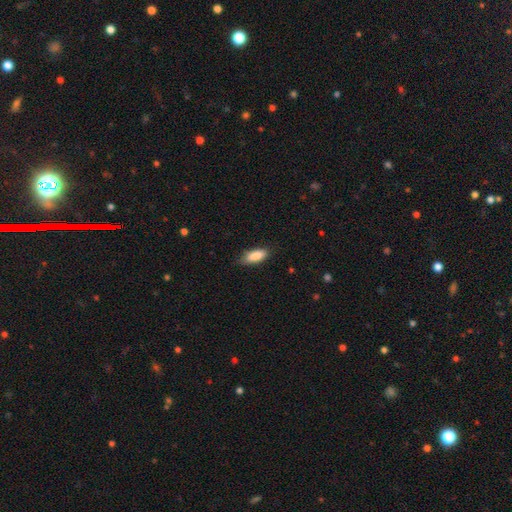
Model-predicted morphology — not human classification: A smooth galaxy with no disk features (87%) that is in between round and cigar-shaped (77%).

Vote fractions:
- Smooth or featured? smooth: 87% / featured or disk: 7% / star or artifact: 6%
- How rounded? in between: 77% / cigar-shaped: 21% / round: 2%
- Merging? none: 75% / minor disturbance: 20% / major disturbance: 3% / merger: 1%